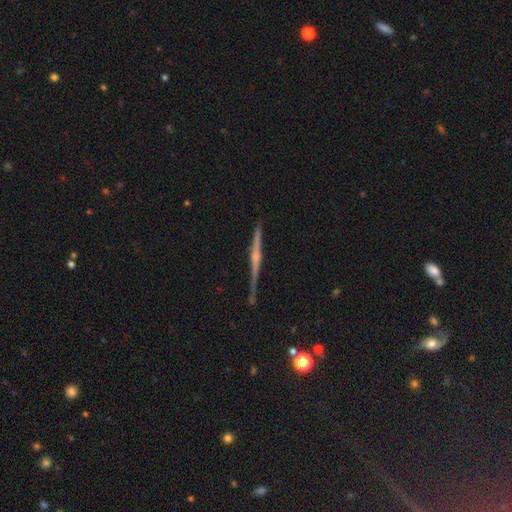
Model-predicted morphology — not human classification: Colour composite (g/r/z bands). It shows a featured or disk galaxy (80%) viewed edge-on (98%) with a rounded central bulge (67%). Merging: none (86%).